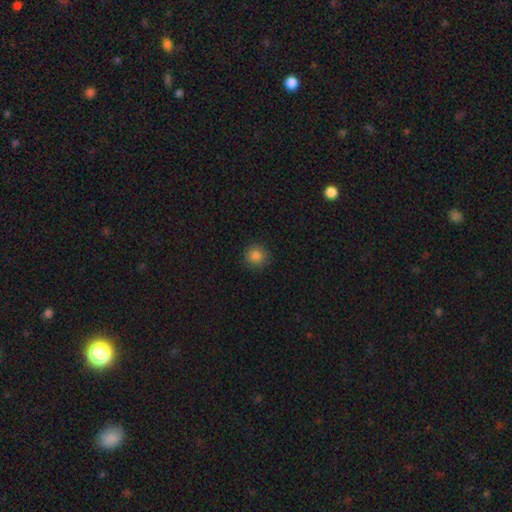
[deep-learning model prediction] Smooth or featured: smooth — 84% (star or artifact — 12%)
How rounded: round — 93% (in between — 6%)
Merging: none — 91% (minor disturbance — 6%)